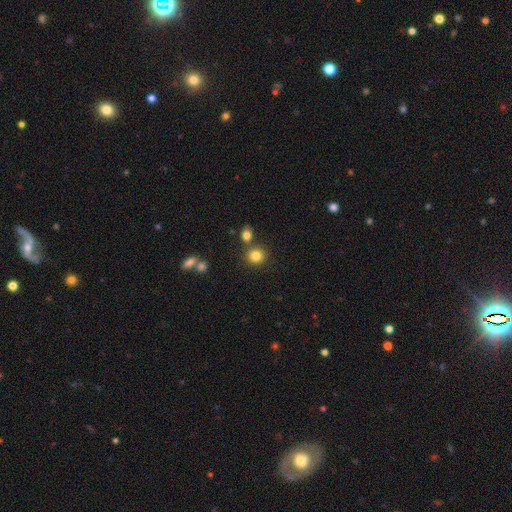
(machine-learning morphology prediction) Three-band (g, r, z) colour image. It shows a smooth galaxy with no disk features (82%) that is round (86%). Merging: none (72%).